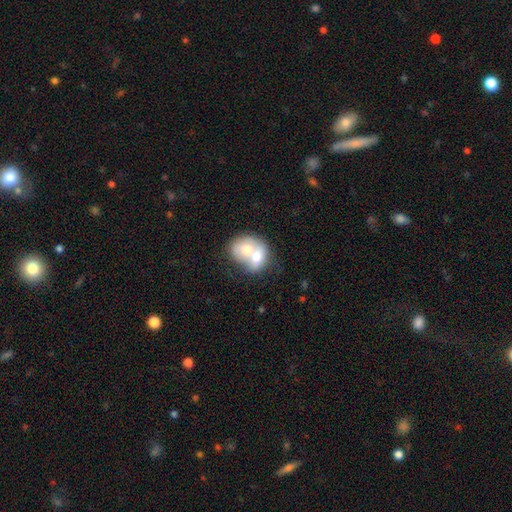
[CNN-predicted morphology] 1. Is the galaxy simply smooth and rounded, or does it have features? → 61% smooth, 33% featured or disk, 6% star or artifact.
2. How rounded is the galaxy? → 51% in between, 48% round, 1% cigar-shaped.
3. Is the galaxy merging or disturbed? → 76% merger, 14% none, 6% minor disturbance, 4% major disturbance.